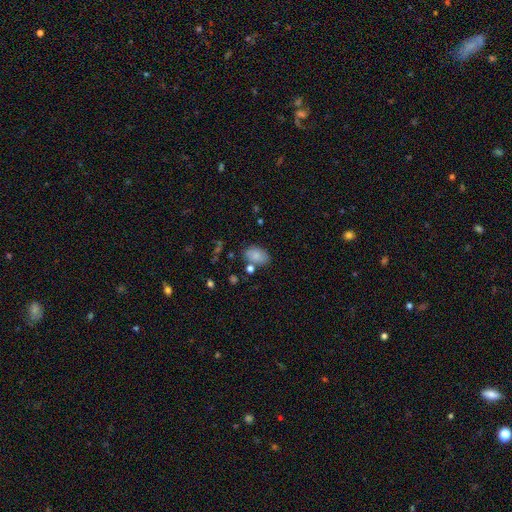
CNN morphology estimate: smooth-or-featured: smooth: 82% | featured or disk: 9% | star or artifact: 8%
  how-rounded: in between: 88% | round: 11% | cigar-shaped: 1%
  merging: none: 71% | minor disturbance: 16% | merger: 8% | major disturbance: 4%